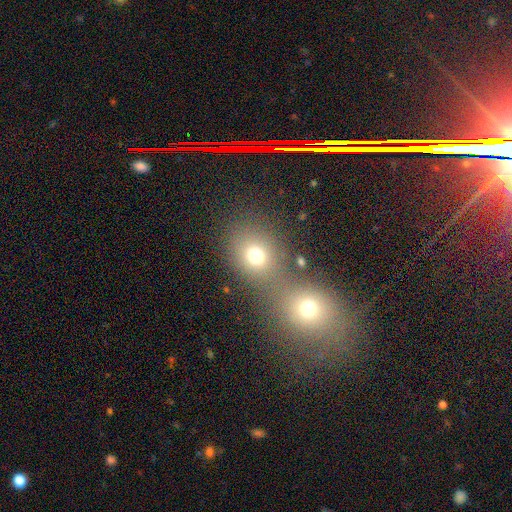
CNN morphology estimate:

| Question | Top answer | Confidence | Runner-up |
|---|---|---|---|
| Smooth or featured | smooth | 72% | star or artifact (16%) |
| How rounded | round | 67% | in between (32%) |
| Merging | none | 44% | merger (43%) |